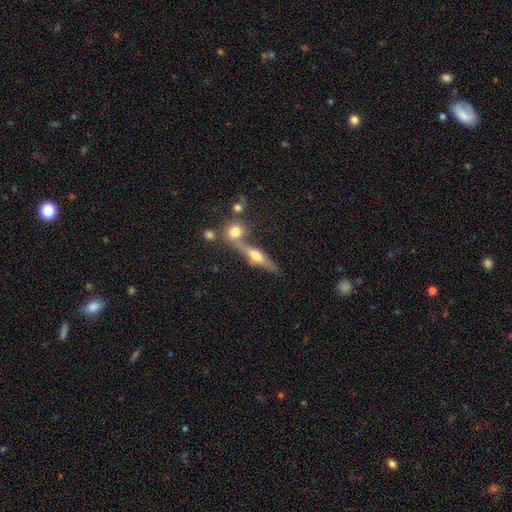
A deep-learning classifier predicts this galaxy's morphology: smooth-or-featured: featured or disk: 48% | smooth: 42% | star or artifact: 9%
  merging: none: 48% | merger: 34% | minor disturbance: 12% | major disturbance: 6%